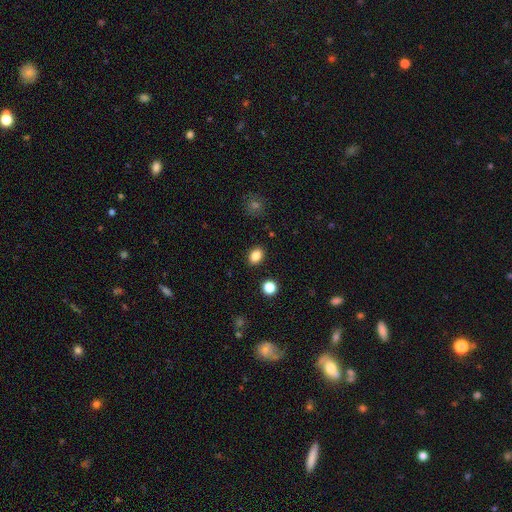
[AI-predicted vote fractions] Smooth or featured: smooth — 86% (star or artifact — 10%)
How rounded: in between — 69% (round — 30%)
Merging: none — 88% (minor disturbance — 8%)